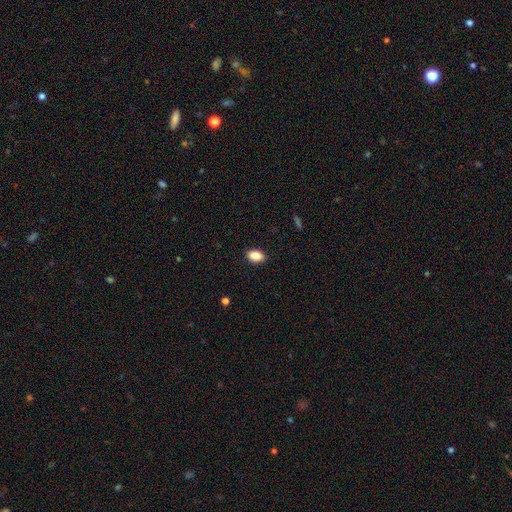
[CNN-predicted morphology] smooth_or_featured: smooth (p=0.87) [alt: star or artifact p=0.08]
how_rounded: in between (p=0.88) [alt: round p=0.10]
merging: none (p=0.89) [alt: minor disturbance p=0.08]